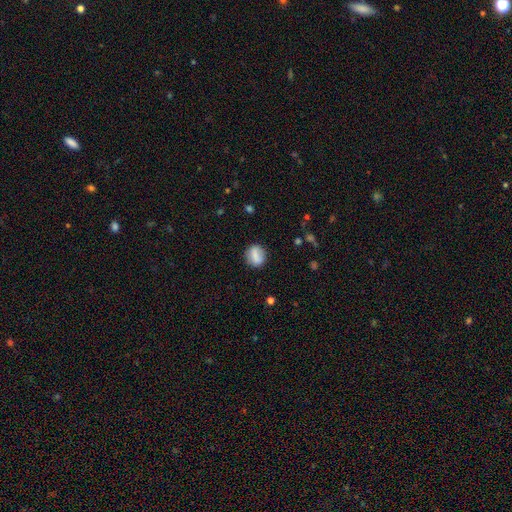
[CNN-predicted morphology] This appears to be a smooth galaxy with no disk features (74%) that is round (64%). Merging: none (79%).